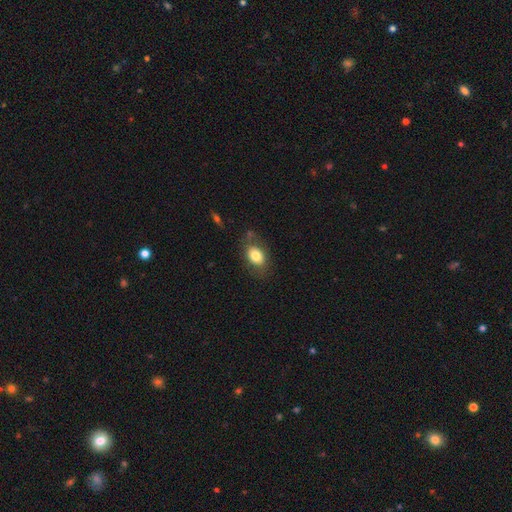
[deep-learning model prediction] Smooth or featured? Predicted: smooth (p=0.77). How rounded? Predicted: in between (p=0.79). Merging? Predicted: none (p=0.70).